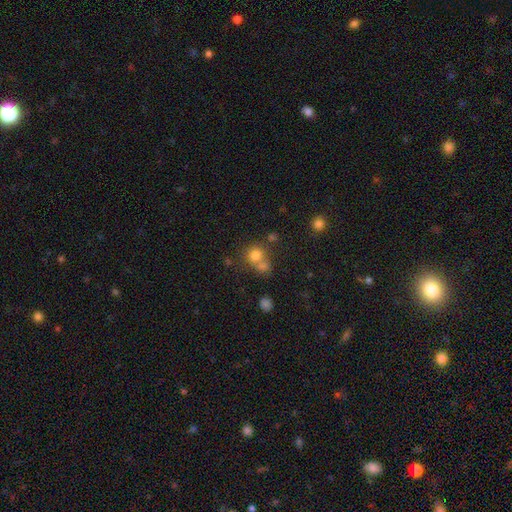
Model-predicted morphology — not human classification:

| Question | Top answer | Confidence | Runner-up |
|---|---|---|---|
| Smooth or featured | smooth | 76% | star or artifact (15%) |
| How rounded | round | 84% | in between (15%) |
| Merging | none | 47% | merger (42%) |